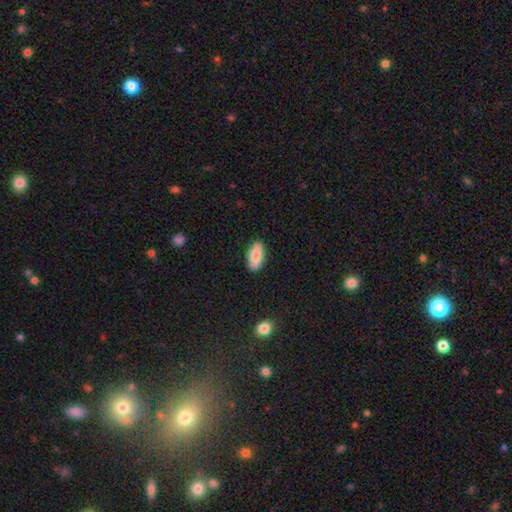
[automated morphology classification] A smooth galaxy with no disk features (81%) that is in between round and cigar-shaped (88%).

Vote fractions:
- Smooth or featured? smooth: 81% / featured or disk: 13% / star or artifact: 6%
- How rounded? in between: 88% / cigar-shaped: 10% / round: 3%
- Merging? none: 85% / minor disturbance: 11% / major disturbance: 2% / merger: 1%